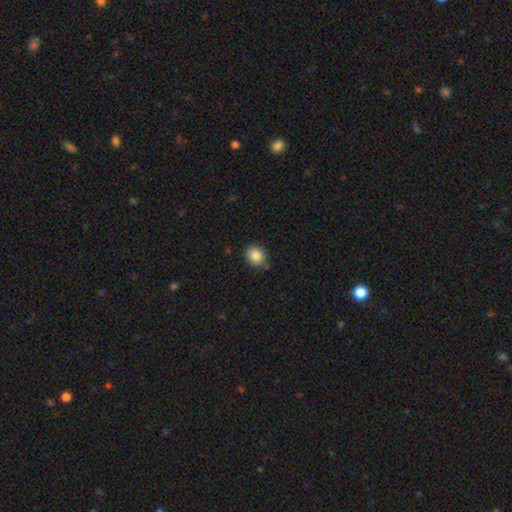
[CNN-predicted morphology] Smooth or featured? smooth (85%)
How rounded? round (75%)
Merging? none (80%)